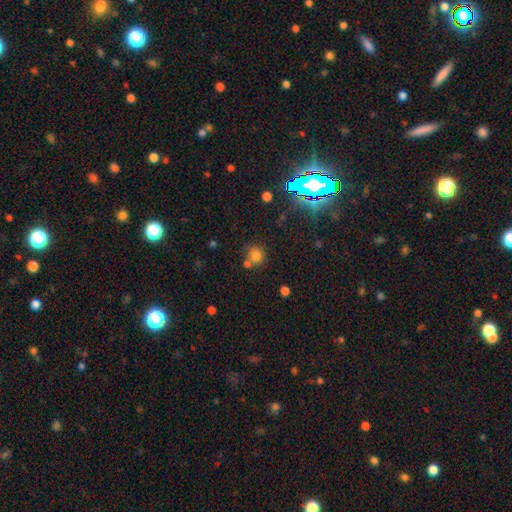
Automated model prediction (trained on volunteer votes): smooth_or_featured: smooth (p=0.75) [alt: star or artifact p=0.17]
how_rounded: round (p=0.85) [alt: in between p=0.14]
merging: none (p=0.58) [alt: merger p=0.26]